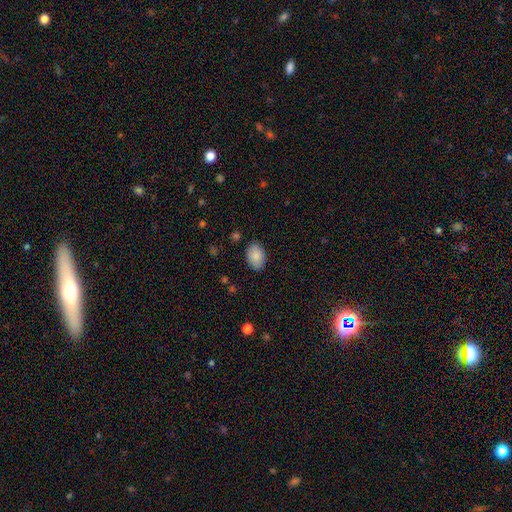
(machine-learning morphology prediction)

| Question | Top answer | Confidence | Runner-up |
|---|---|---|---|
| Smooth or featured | smooth | 88% | star or artifact (7%) |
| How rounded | in between | 85% | round (14%) |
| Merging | none | 86% | minor disturbance (10%) |